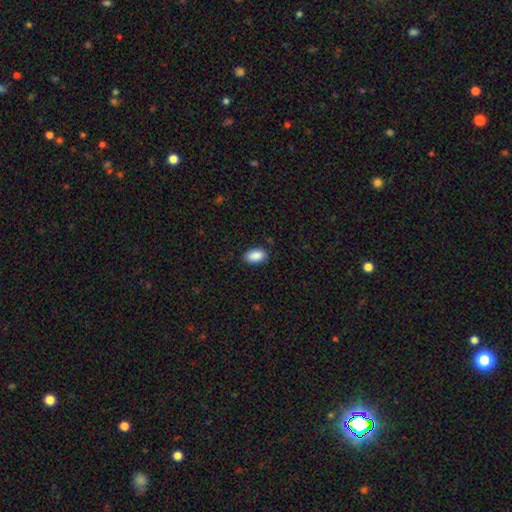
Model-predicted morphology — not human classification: Smooth or featured?
  - smooth: 90% *
  - star or artifact: 7%
  - featured or disk: 3%
How rounded?
  - in between: 93% *
  - round: 5%
  - cigar-shaped: 2%
Merging?
  - none: 87% *
  - minor disturbance: 10%
  - major disturbance: 2%
  - merger: 1%